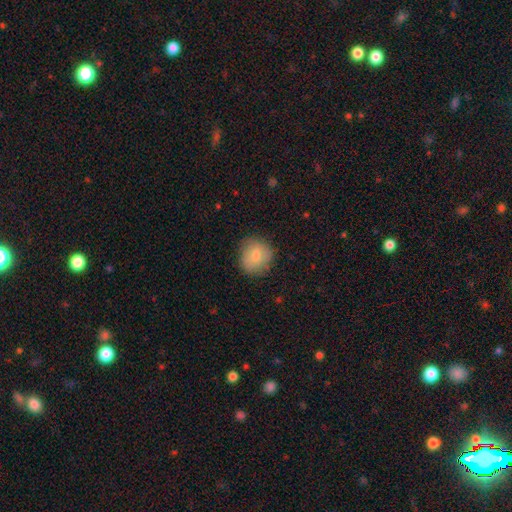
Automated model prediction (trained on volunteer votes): smooth_or_featured: smooth (p=0.78) [alt: featured or disk p=0.14]
how_rounded: round (p=0.83) [alt: in between p=0.16]
merging: none (p=0.76) [alt: minor disturbance p=0.18]